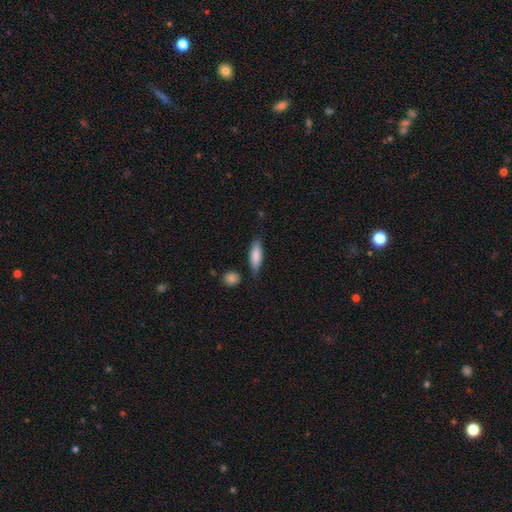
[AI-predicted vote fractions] Smooth or featured: smooth — 81% (featured or disk — 13%)
How rounded: cigar-shaped — 49% (tied with in between — 49%)
Merging: none — 72% (minor disturbance — 19%)